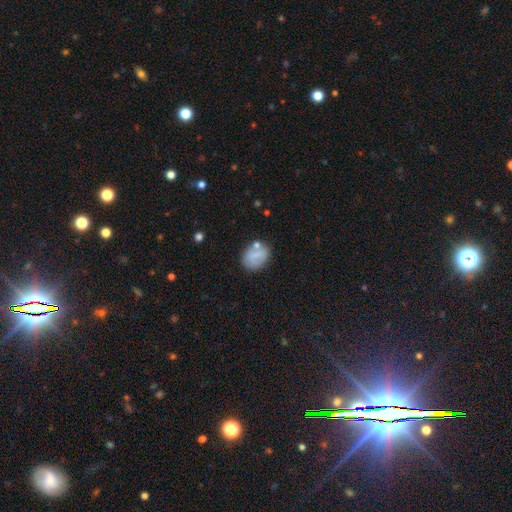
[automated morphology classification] Overall: smooth (71%). How rounded: in between (62%; round 36%). Merging: none (66%).